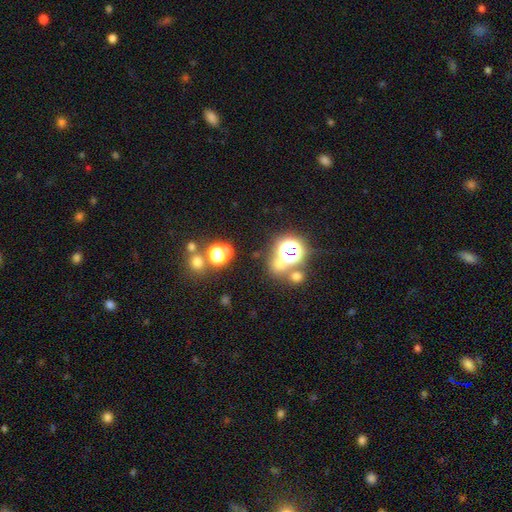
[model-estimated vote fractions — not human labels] Smooth or featured: star or artifact — 54% (smooth — 36%)